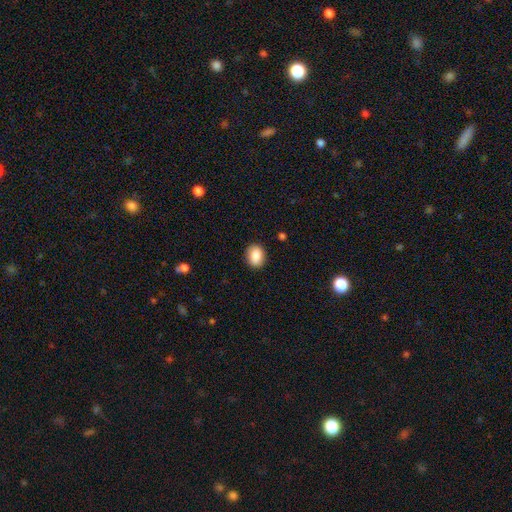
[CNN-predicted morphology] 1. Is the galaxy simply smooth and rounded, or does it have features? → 87% smooth, 8% star or artifact, 6% featured or disk.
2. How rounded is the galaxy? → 51% in between, 47% round, 1% cigar-shaped.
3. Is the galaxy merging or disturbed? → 88% none, 9% minor disturbance, 2% major disturbance, 1% merger.